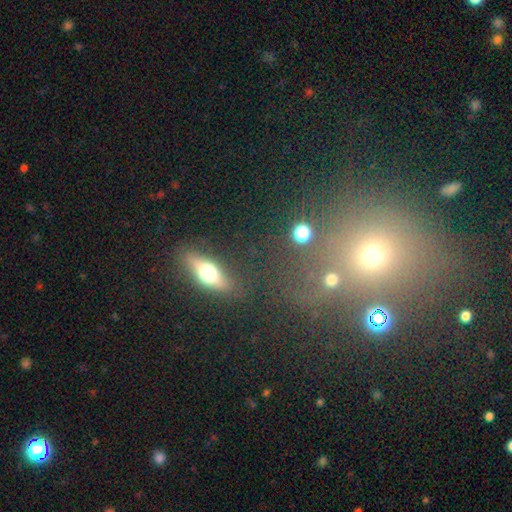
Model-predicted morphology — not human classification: This is marginally a smooth galaxy (39%). Merging: likely none (74%).